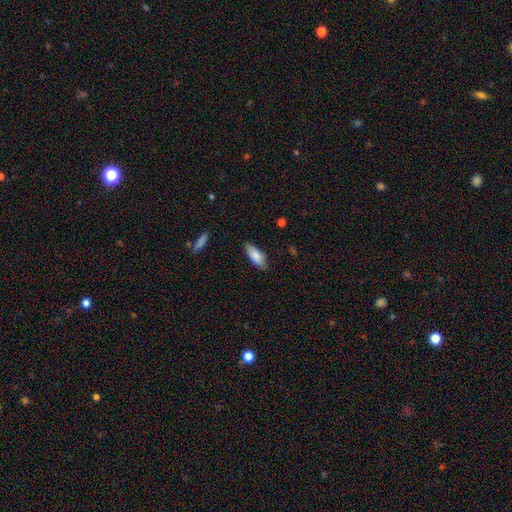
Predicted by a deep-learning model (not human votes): A smooth galaxy with no disk features (84%) that is in between round and cigar-shaped (76%). Merging: none (79%).